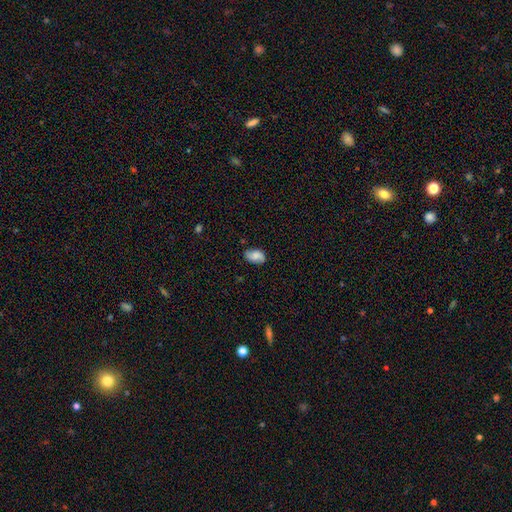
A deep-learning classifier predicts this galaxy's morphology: smooth-or-featured: smooth: 70% | featured or disk: 22% | star or artifact: 8%
  how-rounded: in between: 90% | round: 9% | cigar-shaped: 2%
  merging: none: 76% | minor disturbance: 19% | major disturbance: 4% | merger: 2%